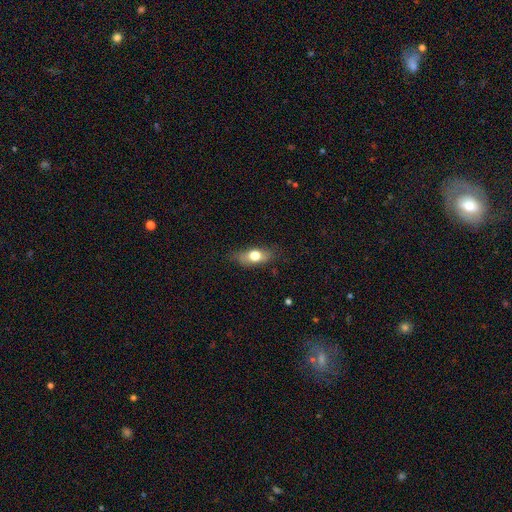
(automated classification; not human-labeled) Smooth or featured? smooth (65%)
How rounded? in between (71%)
Merging? none (75%)